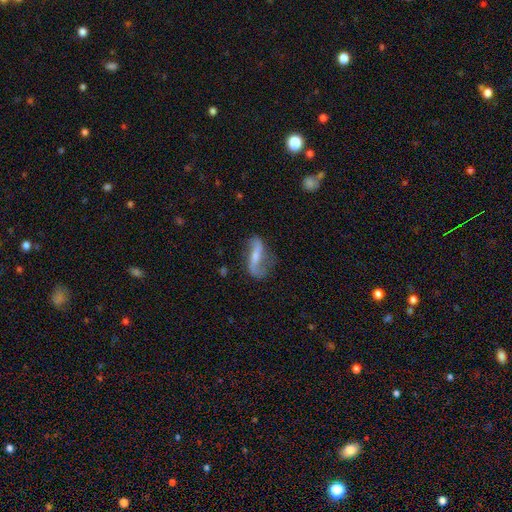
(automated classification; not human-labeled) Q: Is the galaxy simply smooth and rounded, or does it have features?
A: featured or disk — 74%.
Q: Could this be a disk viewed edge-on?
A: no — 88%.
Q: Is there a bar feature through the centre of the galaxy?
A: strong — 41%.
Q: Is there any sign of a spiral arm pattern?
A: yes — 90%.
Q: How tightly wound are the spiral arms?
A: loose — 81%.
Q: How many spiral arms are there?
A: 2 — 86%.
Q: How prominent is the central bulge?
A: small — 52%.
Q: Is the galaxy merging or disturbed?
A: none — 62%.